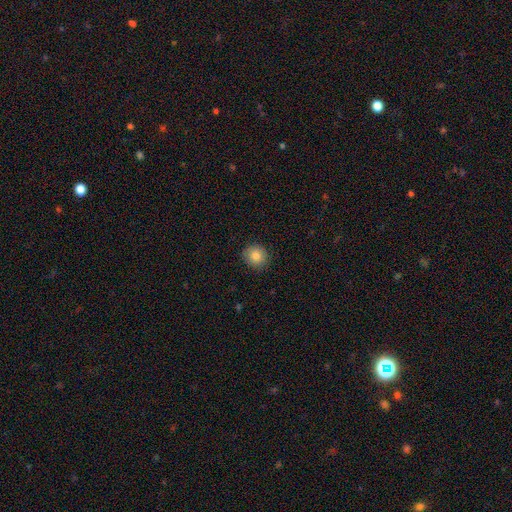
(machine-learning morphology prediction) Smooth or featured: smooth — 85% (star or artifact — 9%)
How rounded: round — 88% (in between — 11%)
Merging: none — 89% (minor disturbance — 8%)